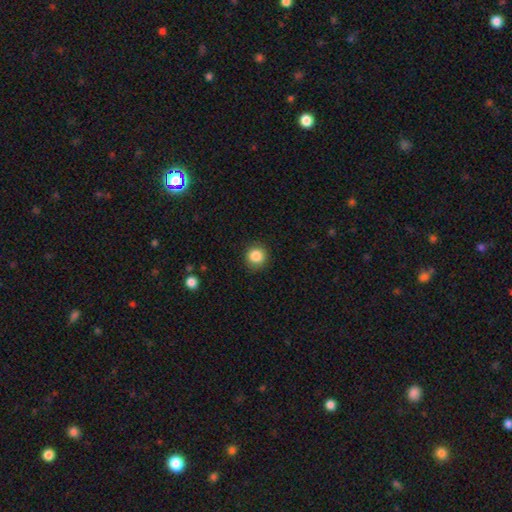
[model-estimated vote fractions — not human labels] smooth-or-featured: smooth: 87% | star or artifact: 10% | featured or disk: 4%
  how-rounded: round: 92% | in between: 7% | cigar-shaped: 1%
  merging: none: 89% | minor disturbance: 7% | major disturbance: 2% | merger: 1%